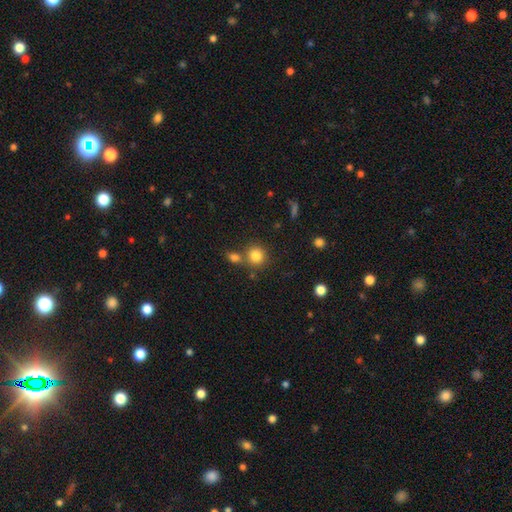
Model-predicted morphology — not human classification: A smooth galaxy with no disk features (82%) that is round (89%).

Vote fractions:
- Smooth or featured? smooth: 82% / star or artifact: 11% / featured or disk: 7%
- How rounded? round: 89% / in between: 10% / cigar-shaped: 1%
- Merging? none: 67% / merger: 21% / minor disturbance: 9% / major disturbance: 4%